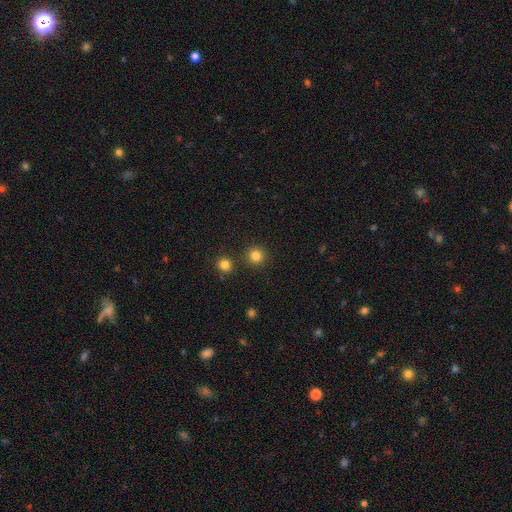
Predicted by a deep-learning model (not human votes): smooth 84%, star or artifact 13%, featured or disk 4%. Down the decision tree: how rounded — round (94%); merging — none (88%).